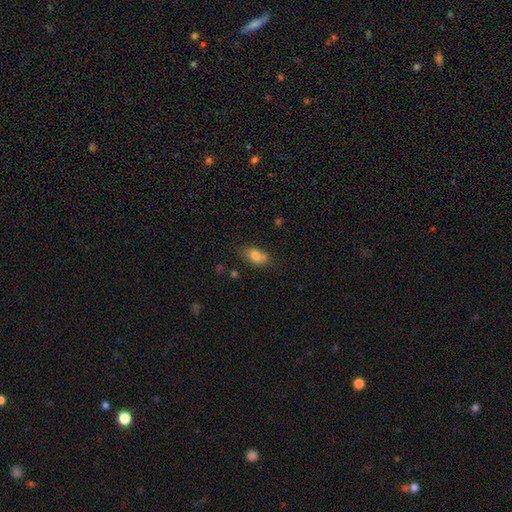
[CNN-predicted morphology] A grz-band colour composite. It shows a smooth galaxy with no disk features (77%) that is in between round and cigar-shaped (79%). Merging: none (56%).